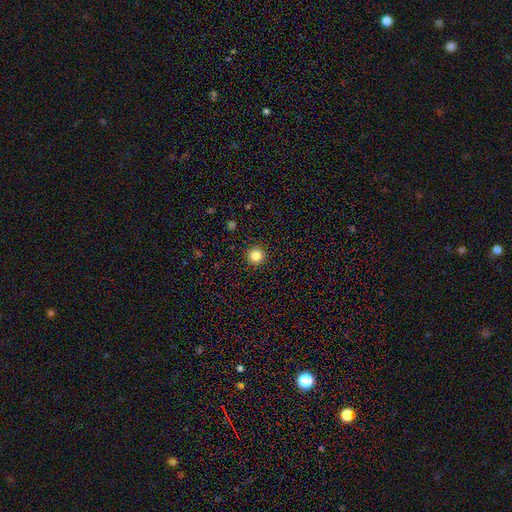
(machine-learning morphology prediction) This is clearly a smooth galaxy (84%). How rounded: clearly round (96%). Merging: clearly none (93%).